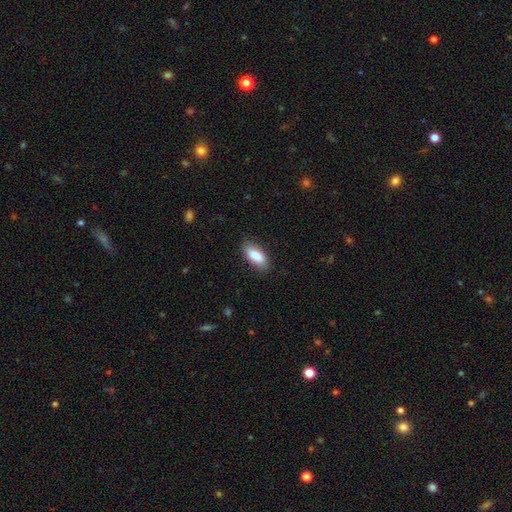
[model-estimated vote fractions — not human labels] Smooth or featured? smooth (85%)
How rounded? in between (84%)
Merging? none (84%)